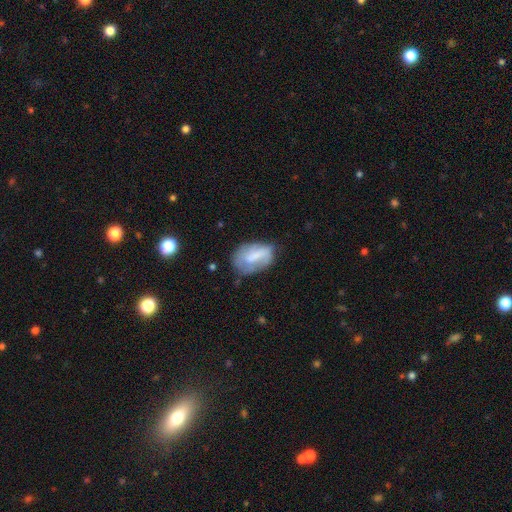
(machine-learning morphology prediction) Smooth or featured? Predicted: smooth (p=0.60). How rounded? Predicted: in between (p=0.87). Merging? Predicted: none (p=0.48).